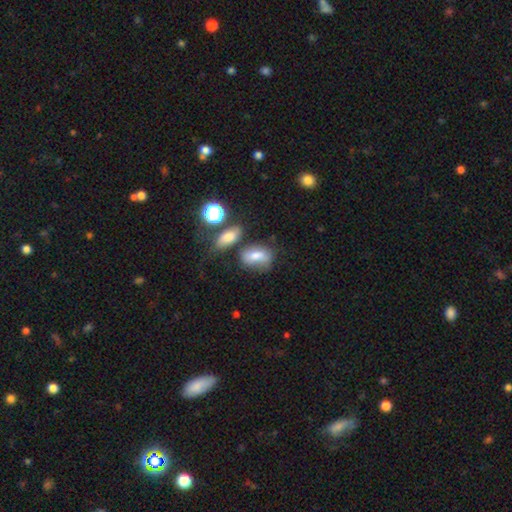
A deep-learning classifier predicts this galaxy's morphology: Smooth or featured? smooth (68%)
How rounded? in between (76%)
Merging? none (49%)